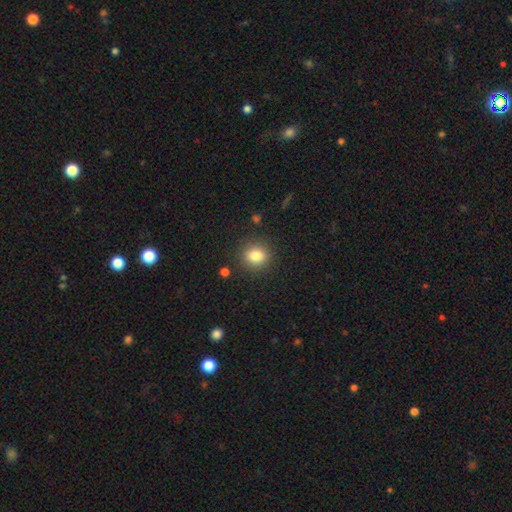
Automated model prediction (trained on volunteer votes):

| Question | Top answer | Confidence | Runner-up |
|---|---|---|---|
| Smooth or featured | smooth | 83% | star or artifact (11%) |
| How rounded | round | 79% | in between (20%) |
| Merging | none | 87% | minor disturbance (8%) |